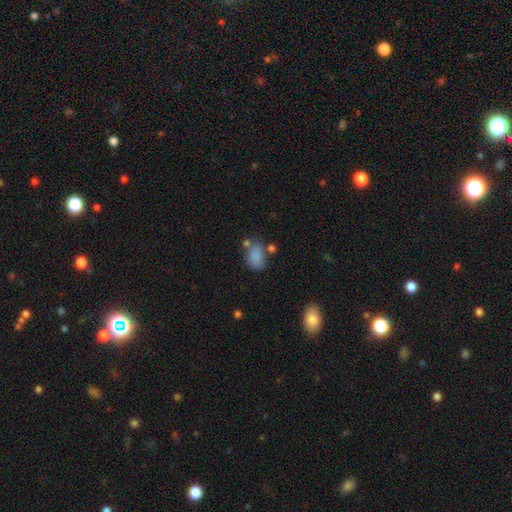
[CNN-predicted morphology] The model was most divided on "merging": none: 54%, minor disturbance: 21%, merger: 15%, major disturbance: 10%. More confident: smooth or featured — smooth (81%); how rounded — in between (81%).